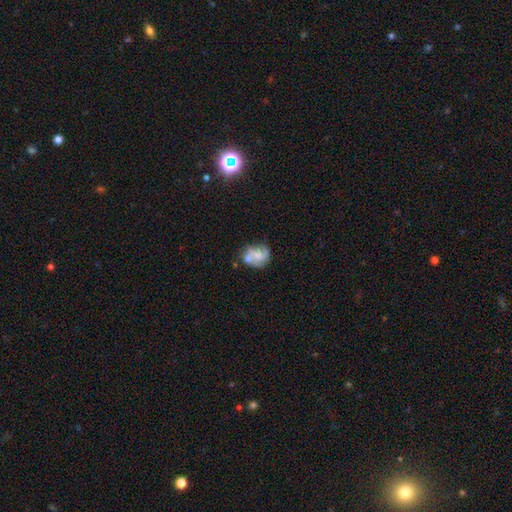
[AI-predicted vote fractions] featured or disk 60%, smooth 32%, star or artifact 8%. Down the decision tree: edge-on disk — no (98%); bar — no (65%); spiral arms — yes (70%); bulge size — small (38%); merging — none (40%).